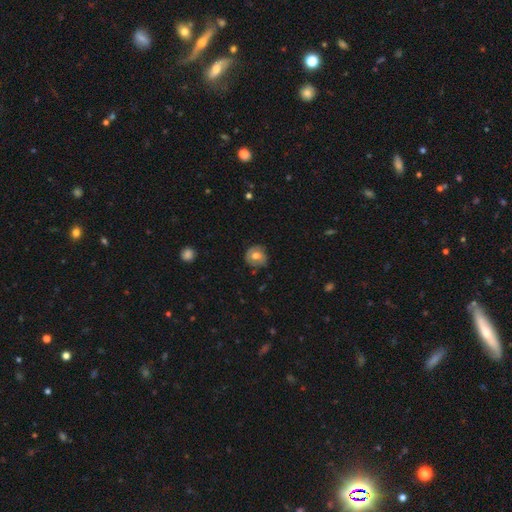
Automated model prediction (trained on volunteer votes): The model was most divided on "smooth or featured": smooth: 59%, featured or disk: 33%, star or artifact: 8%. More confident: how rounded — round (82%); merging — none (72%).